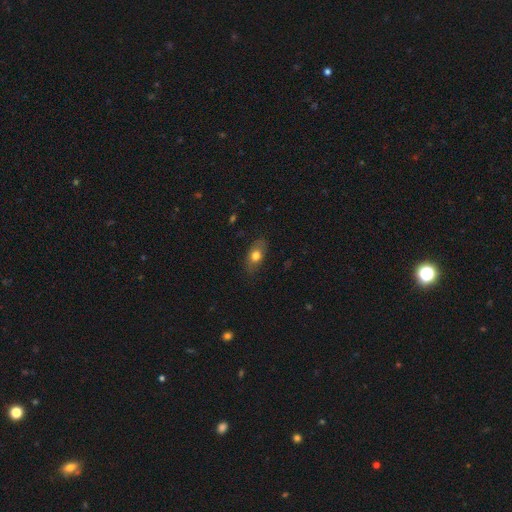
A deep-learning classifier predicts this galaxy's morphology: Q: Smooth or featured?
A: smooth (71%); runner-up: featured or disk (21%)
Q: How rounded?
A: in between (81%); runner-up: round (13%)
Q: Merging?
A: none (80%); runner-up: minor disturbance (16%)